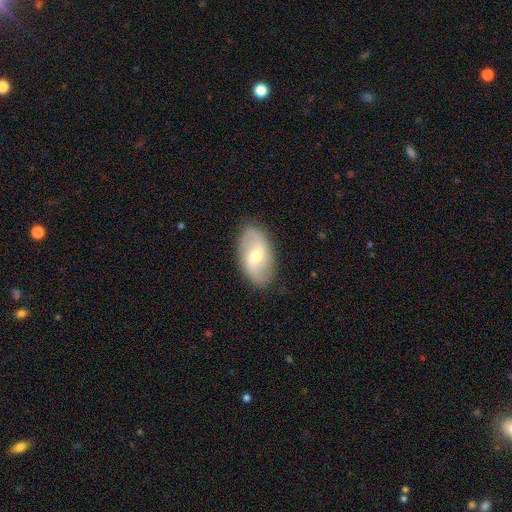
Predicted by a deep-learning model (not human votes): featured or disk 63%, smooth 31%, star or artifact 6%. Down the decision tree: edge-on disk — no (93%); bar — weak (51%); spiral arms — yes (78%); bulge size — moderate (58%); merging — none (86%).